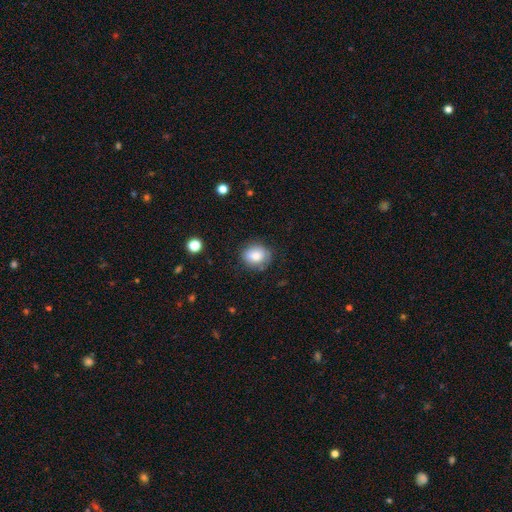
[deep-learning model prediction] Smooth or featured?
  - smooth: 78% *
  - featured or disk: 13%
  - star or artifact: 9%
How rounded?
  - round: 65% *
  - in between: 34%
  - cigar-shaped: 1%
Merging?
  - none: 77% *
  - minor disturbance: 17%
  - major disturbance: 5%
  - merger: 2%